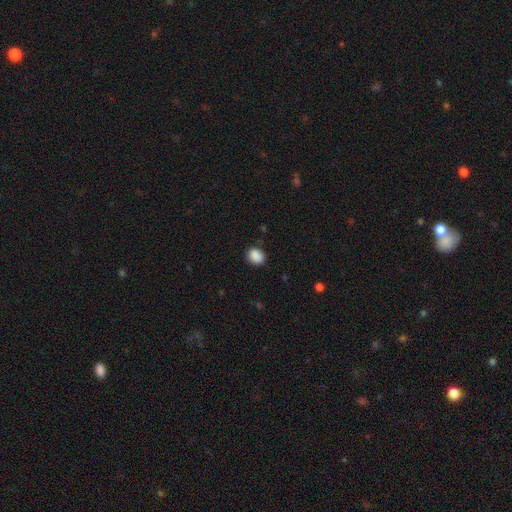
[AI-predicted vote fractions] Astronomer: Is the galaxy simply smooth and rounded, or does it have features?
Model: smooth — 89%.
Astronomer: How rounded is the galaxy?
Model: in between — 52% (runner-up: round, 47%).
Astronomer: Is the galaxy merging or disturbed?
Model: none — 84%.